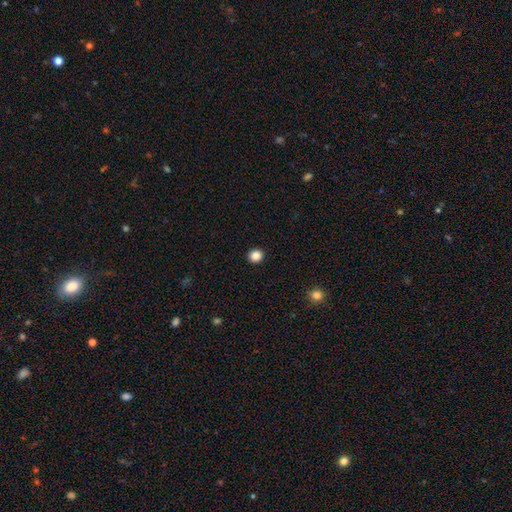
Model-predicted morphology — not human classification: A smooth galaxy with no disk features (86%) that is round (89%).

Vote fractions:
- Smooth or featured? smooth: 86% / star or artifact: 11% / featured or disk: 3%
- How rounded? round: 89% / in between: 10% / cigar-shaped: 1%
- Merging? none: 93% / minor disturbance: 4% / major disturbance: 2% / merger: 1%